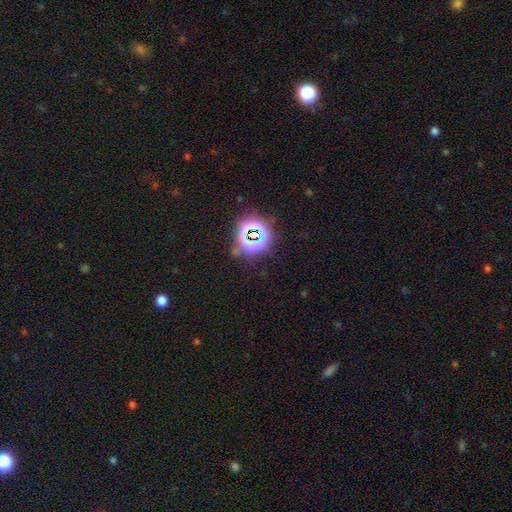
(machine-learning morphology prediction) This appears to be a star or artifact, not a galaxy (80%).